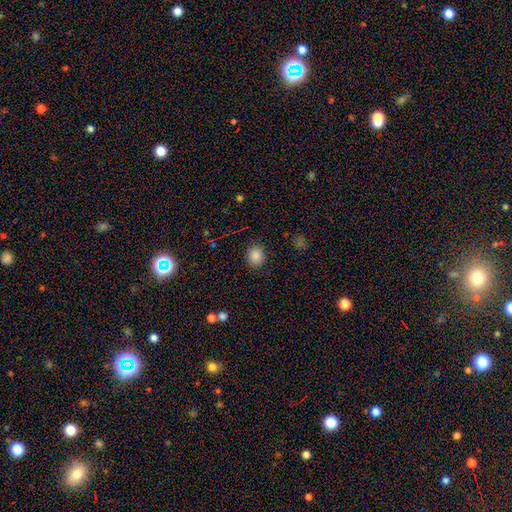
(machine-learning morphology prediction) A smooth galaxy with no disk features (86%) that is round (66%).

Vote fractions:
- Smooth or featured? smooth: 86% / star or artifact: 10% / featured or disk: 4%
- How rounded? round: 66% / in between: 33% / cigar-shaped: 1%
- Merging? none: 87% / minor disturbance: 9% / major disturbance: 3% / merger: 1%